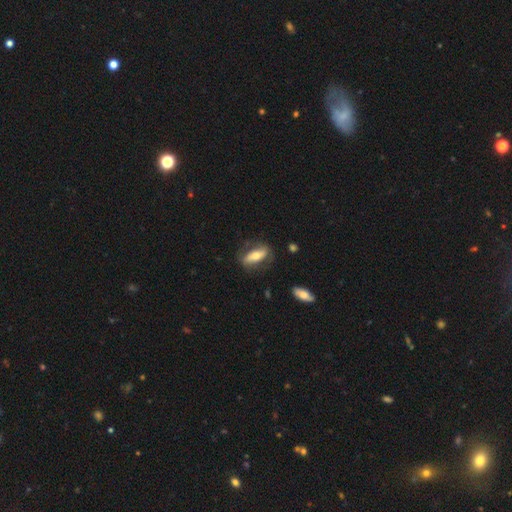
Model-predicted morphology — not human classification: smooth 49%, featured or disk 45%, star or artifact 6%. Down the decision tree: merging — none (72%).